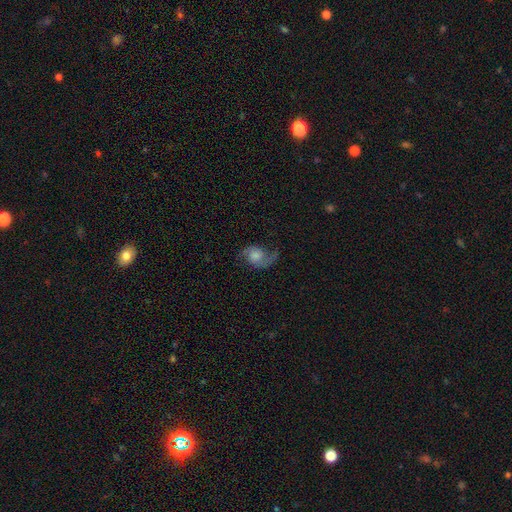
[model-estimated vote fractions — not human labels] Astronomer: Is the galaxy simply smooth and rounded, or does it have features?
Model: featured or disk — 76%.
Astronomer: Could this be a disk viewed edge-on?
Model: no — 98%.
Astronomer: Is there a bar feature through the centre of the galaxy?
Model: no — 71%.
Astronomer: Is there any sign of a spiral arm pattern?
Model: yes — 95%.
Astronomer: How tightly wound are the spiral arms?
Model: loose — 57% (runner-up: medium, 34%).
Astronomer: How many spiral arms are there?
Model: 2 — 86%.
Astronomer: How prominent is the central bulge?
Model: moderate — 37% (runner-up: small, 28%).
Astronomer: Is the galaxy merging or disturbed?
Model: none — 66%.